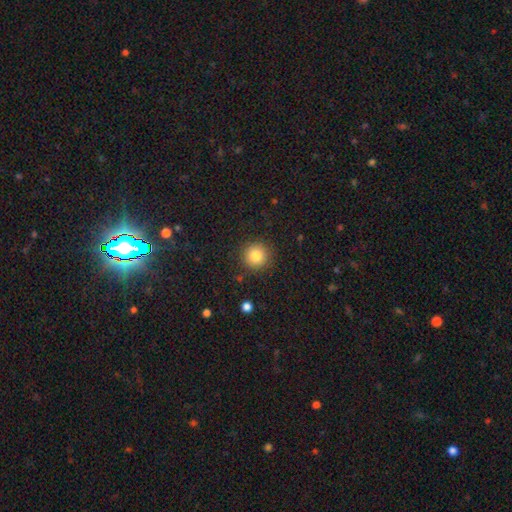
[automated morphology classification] This appears to be a smooth galaxy with no disk features (83%) that is round (95%). Merging: none (90%).